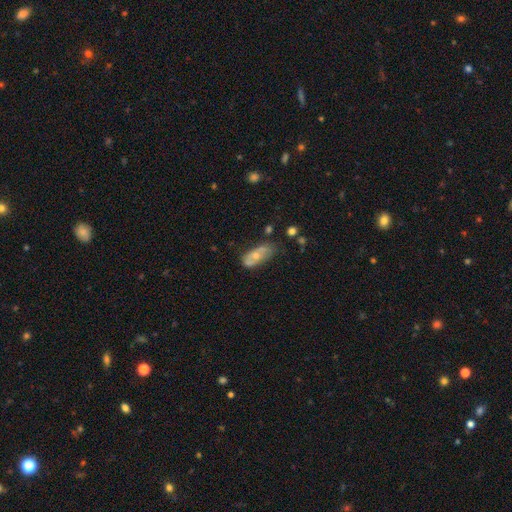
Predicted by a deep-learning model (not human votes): Smooth or featured?
  - smooth: 54% *
  - featured or disk: 38%
  - star or artifact: 7%
How rounded?
  - in between: 83% *
  - cigar-shaped: 13%
  - round: 4%
Merging?
  - none: 48% *
  - minor disturbance: 33%
  - major disturbance: 11%
  - merger: 7%